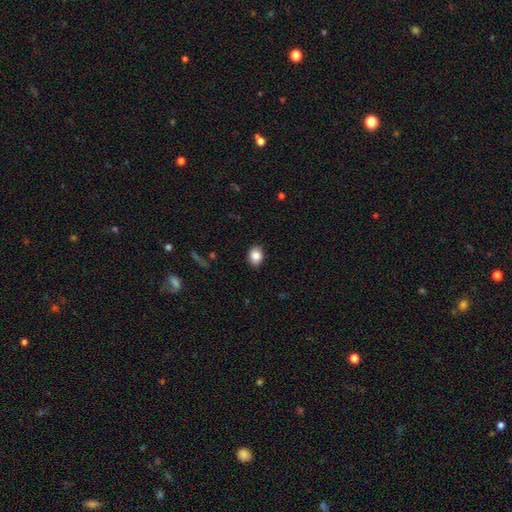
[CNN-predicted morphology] This is clearly a smooth galaxy (86%). How rounded: possibly in between (57%). Merging: clearly none (88%).